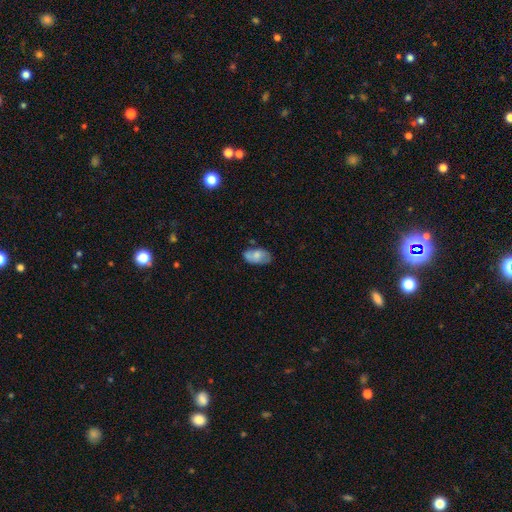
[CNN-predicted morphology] Overall: smooth (69%). How rounded: in between (93%). Merging: none (65%).